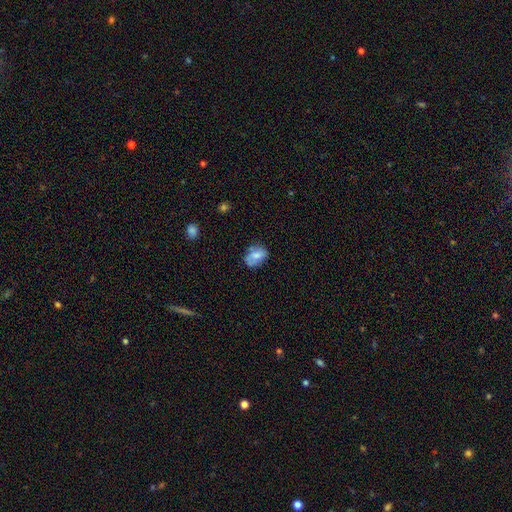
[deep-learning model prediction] This appears to be a smooth galaxy with no disk features (69%) that is in between round and cigar-shaped (73%). Merging: none (64%).